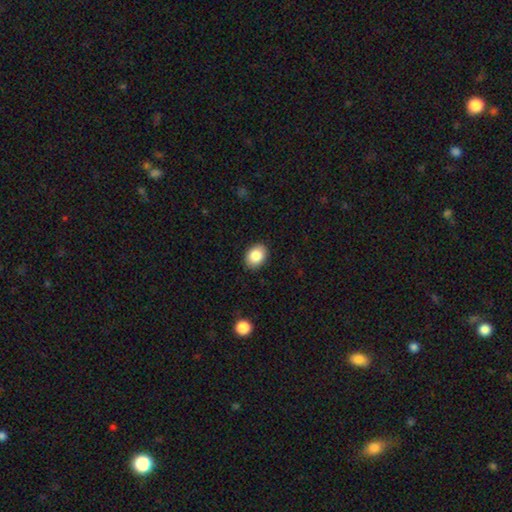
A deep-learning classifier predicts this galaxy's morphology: smooth 87%, star or artifact 7%, featured or disk 6%. Down the decision tree: how rounded — in between (72%); merging — none (89%).